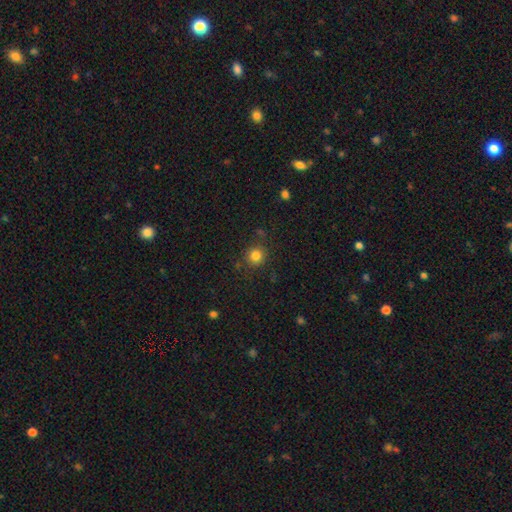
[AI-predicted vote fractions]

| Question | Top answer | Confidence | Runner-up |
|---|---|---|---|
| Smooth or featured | smooth | 81% | star or artifact (13%) |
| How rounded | round | 92% | in between (7%) |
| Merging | none | 85% | minor disturbance (9%) |